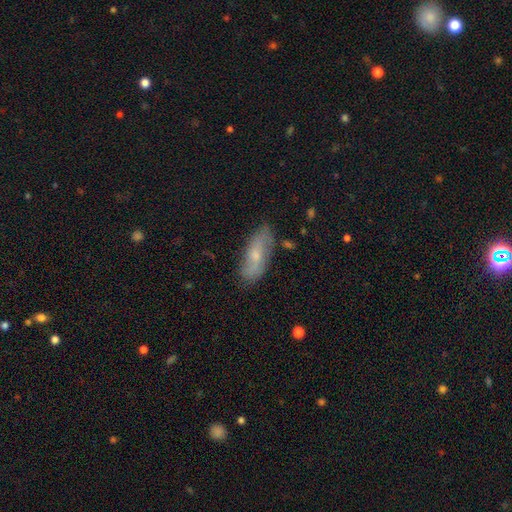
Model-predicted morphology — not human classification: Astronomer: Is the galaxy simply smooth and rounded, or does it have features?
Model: featured or disk — 50% (runner-up: smooth, 42%).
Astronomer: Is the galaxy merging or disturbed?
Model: none — 75%.